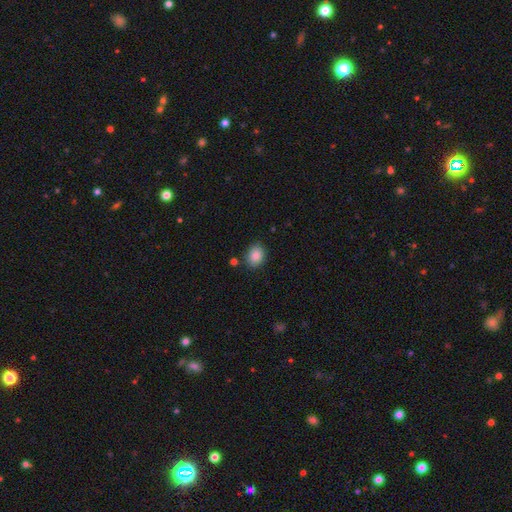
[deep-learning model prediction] smooth 88%, star or artifact 8%, featured or disk 4%. Down the decision tree: how rounded — in between (54%); merging — none (83%).